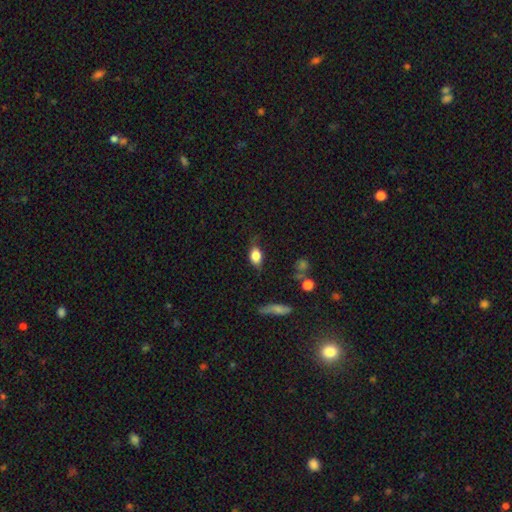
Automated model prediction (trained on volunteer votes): Smooth or featured?
  - smooth: 78% *
  - featured or disk: 13%
  - star or artifact: 8%
How rounded?
  - in between: 80% *
  - round: 15%
  - cigar-shaped: 5%
Merging?
  - none: 61% *
  - minor disturbance: 27%
  - major disturbance: 10%
  - merger: 2%